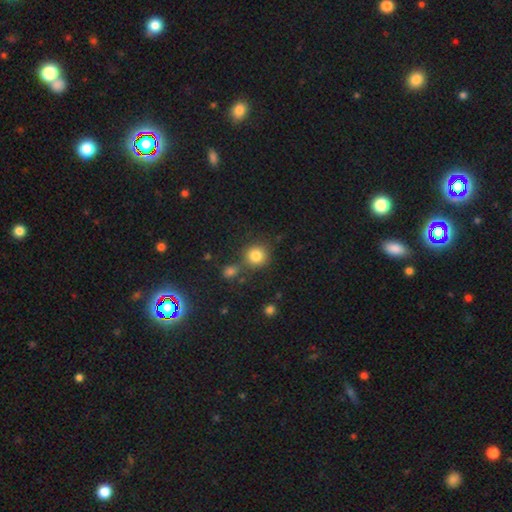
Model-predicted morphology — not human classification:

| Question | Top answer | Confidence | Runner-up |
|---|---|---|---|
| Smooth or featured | smooth | 82% | star or artifact (12%) |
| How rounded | round | 91% | in between (8%) |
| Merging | none | 74% | merger (13%) |